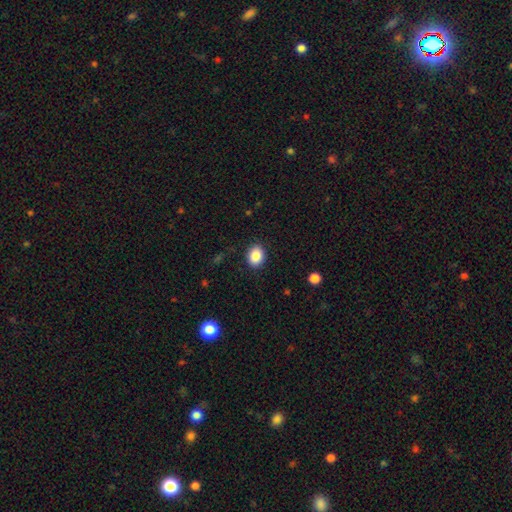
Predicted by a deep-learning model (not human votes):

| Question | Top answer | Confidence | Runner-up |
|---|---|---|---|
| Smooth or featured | smooth | 88% | star or artifact (8%) |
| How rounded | in between | 55% | round (44%) |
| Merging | none | 89% | minor disturbance (8%) |